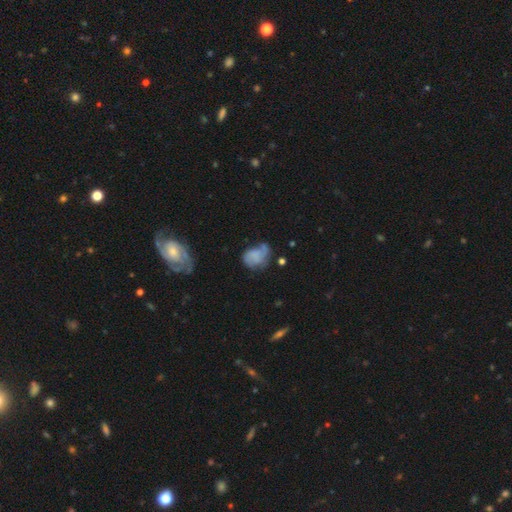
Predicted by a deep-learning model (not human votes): Overall: smooth (47%; featured or disk 43%). Merging: none (37%; minor disturbance 32%).